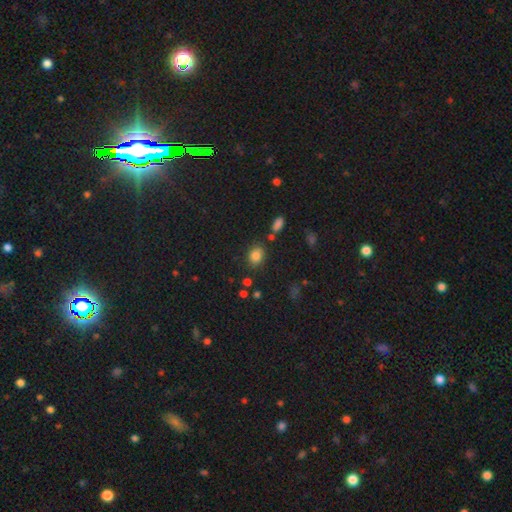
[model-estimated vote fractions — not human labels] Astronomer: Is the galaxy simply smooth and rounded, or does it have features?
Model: smooth — 82%.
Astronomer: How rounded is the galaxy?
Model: in between — 59% (runner-up: round, 40%).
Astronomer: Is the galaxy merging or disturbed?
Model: none — 78%.